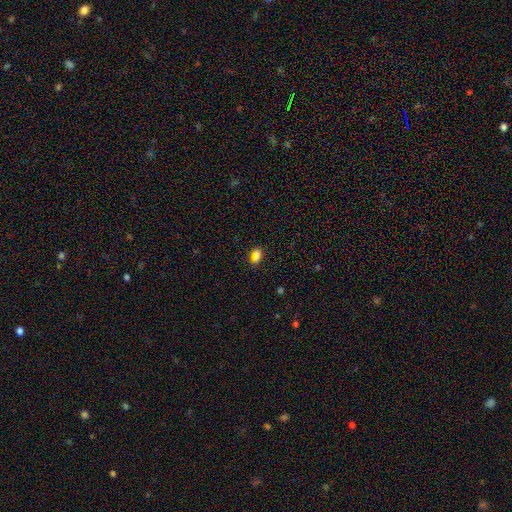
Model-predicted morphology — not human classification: Smooth or featured? smooth (72%)
How rounded? in between (71%)
Merging? none (84%)